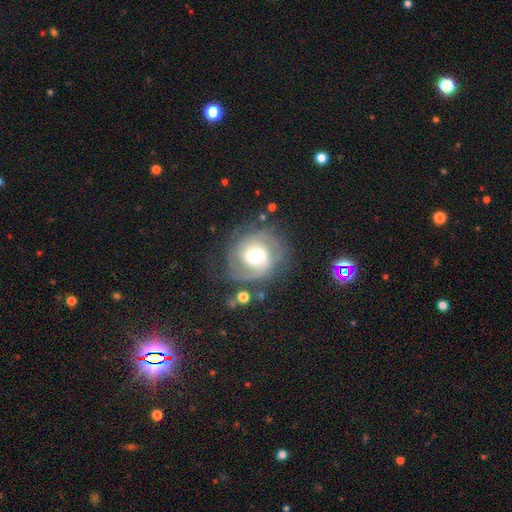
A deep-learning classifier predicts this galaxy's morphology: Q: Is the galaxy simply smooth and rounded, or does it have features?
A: featured or disk — 76%.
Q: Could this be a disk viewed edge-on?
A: no — 98%.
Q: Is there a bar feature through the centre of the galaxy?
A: no — 56%.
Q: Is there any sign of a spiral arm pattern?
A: yes — 91%.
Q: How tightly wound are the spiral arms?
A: tight — 52%.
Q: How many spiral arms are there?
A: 2 — 54%.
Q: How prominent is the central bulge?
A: moderate — 63%.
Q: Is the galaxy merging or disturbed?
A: none — 67%.